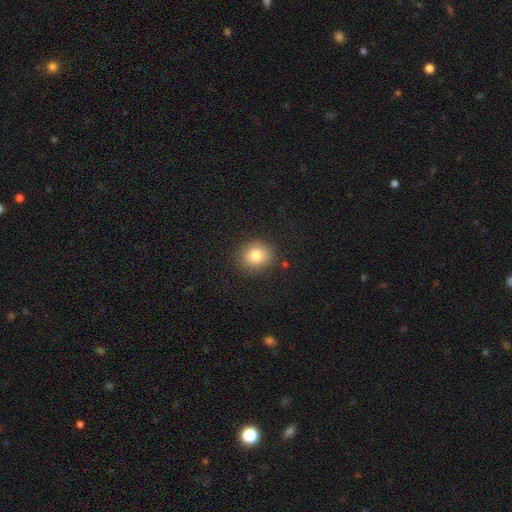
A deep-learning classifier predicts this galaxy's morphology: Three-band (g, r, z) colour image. It shows a smooth galaxy with no disk features (81%) that is round (79%). Merging: none (87%).